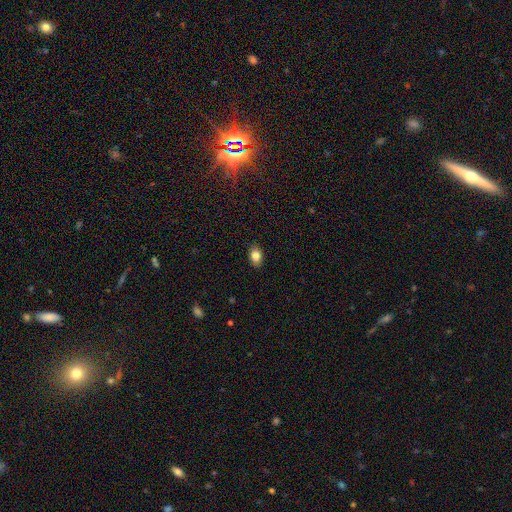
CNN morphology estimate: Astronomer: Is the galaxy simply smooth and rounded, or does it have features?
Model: smooth — 83%.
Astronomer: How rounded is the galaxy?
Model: in between — 82%.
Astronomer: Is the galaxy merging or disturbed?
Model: none — 87%.